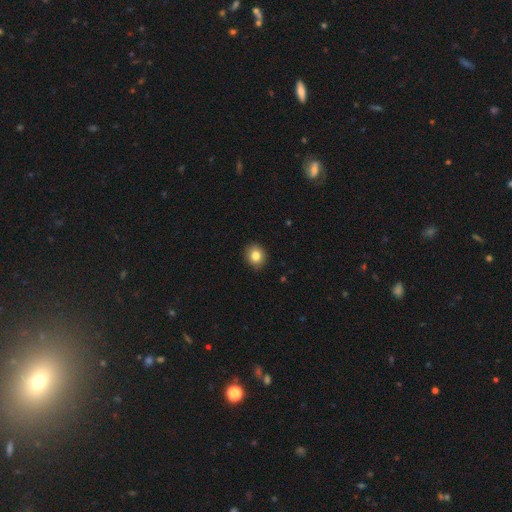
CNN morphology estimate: This appears to be a smooth galaxy with no disk features (82%) that is round (73%). Merging: none (90%).